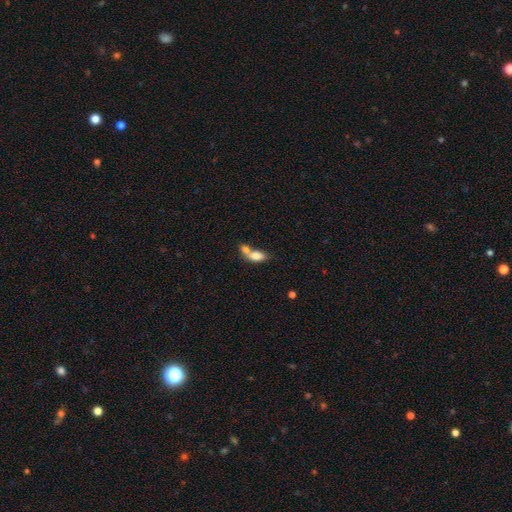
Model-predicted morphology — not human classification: Smooth or featured: smooth — 75% (featured or disk — 17%)
How rounded: in between — 82% (round — 9%)
Merging: merger — 67% (none — 19%)